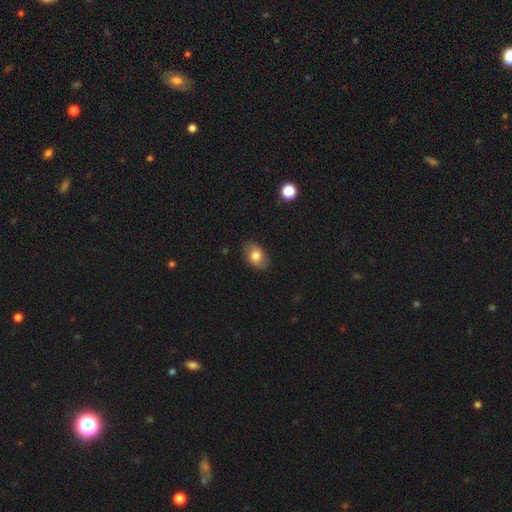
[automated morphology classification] A smooth galaxy with no disk features (77%) that is in between round and cigar-shaped (85%).

Vote fractions:
- Smooth or featured? smooth: 77% / featured or disk: 15% / star or artifact: 8%
- How rounded? in between: 85% / round: 14% / cigar-shaped: 1%
- Merging? none: 84% / minor disturbance: 12% / major disturbance: 3% / merger: 1%